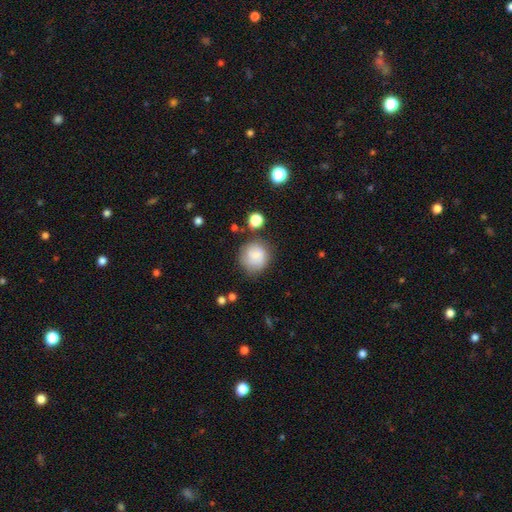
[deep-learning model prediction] Morphology: type=smooth (76%); roundness=round (88%); merging=none (68%).